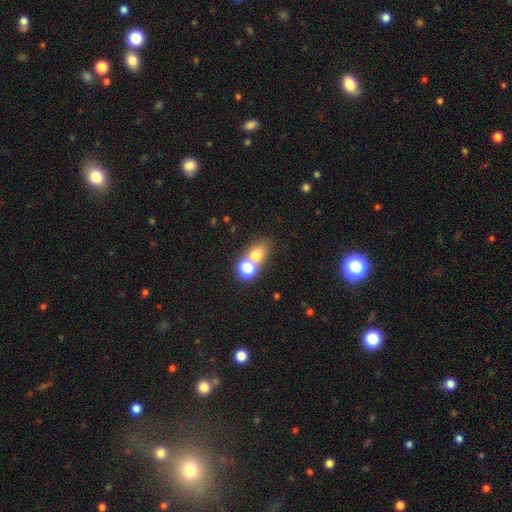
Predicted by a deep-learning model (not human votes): smooth-or-featured: smooth: 69% | star or artifact: 16% | featured or disk: 15%
  how-rounded: round: 53% | in between: 45% | cigar-shaped: 2%
  merging: merger: 49% | none: 40% | minor disturbance: 8% | major disturbance: 4%